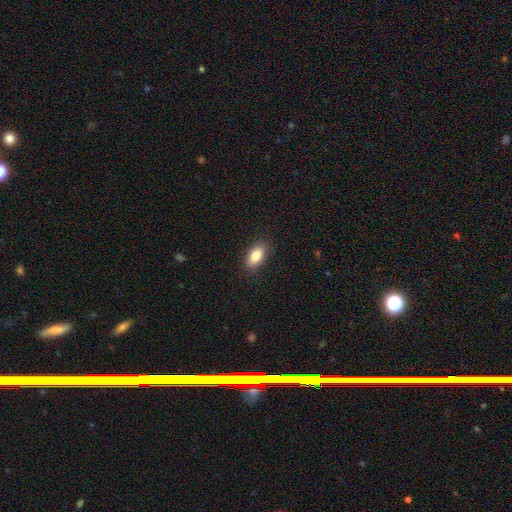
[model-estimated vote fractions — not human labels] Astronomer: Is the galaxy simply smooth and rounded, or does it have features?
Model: smooth — 83%.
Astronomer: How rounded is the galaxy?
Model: in between — 89%.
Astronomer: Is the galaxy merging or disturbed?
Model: none — 88%.